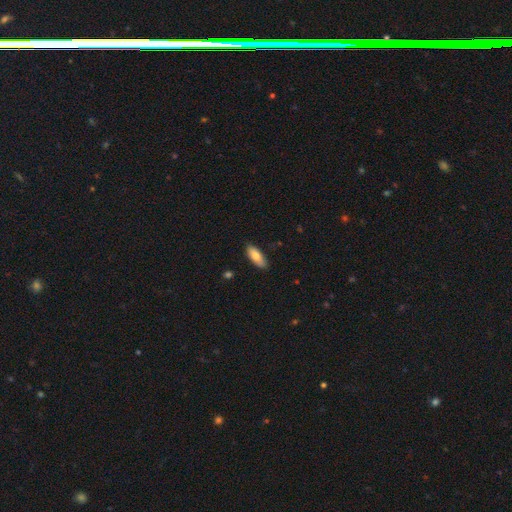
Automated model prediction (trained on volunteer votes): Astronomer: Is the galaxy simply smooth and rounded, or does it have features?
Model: smooth — 81%.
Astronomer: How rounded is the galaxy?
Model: in between — 76%.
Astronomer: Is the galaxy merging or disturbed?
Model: none — 85%.